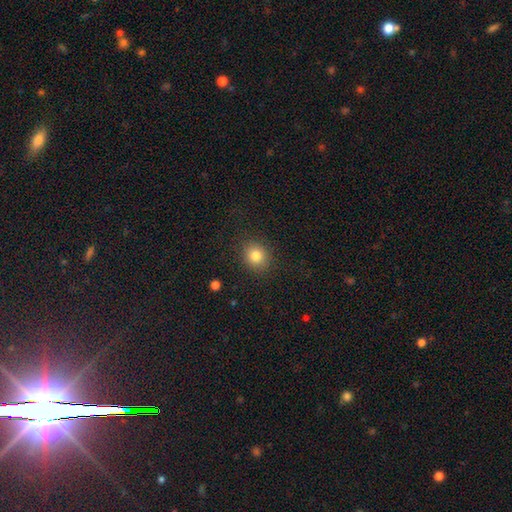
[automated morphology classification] The model was most divided on "how rounded": round: 74%, in between: 25%, cigar-shaped: 1%. More confident: merging — none (88%); smooth or featured — smooth (82%).